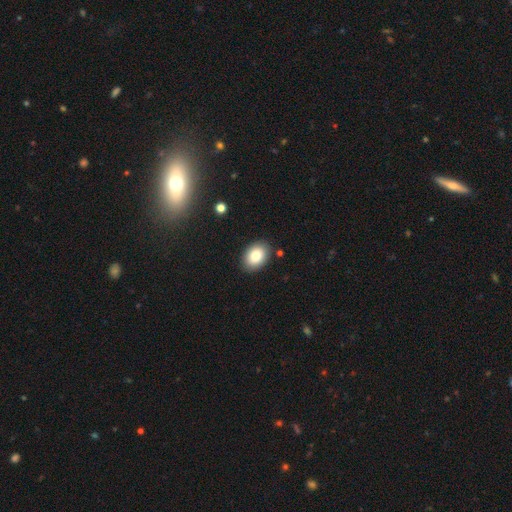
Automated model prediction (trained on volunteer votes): smooth-or-featured: smooth: 84% | featured or disk: 8% | star or artifact: 8%
  how-rounded: in between: 77% | round: 22% | cigar-shaped: 1%
  merging: none: 87% | minor disturbance: 9% | major disturbance: 2% | merger: 2%